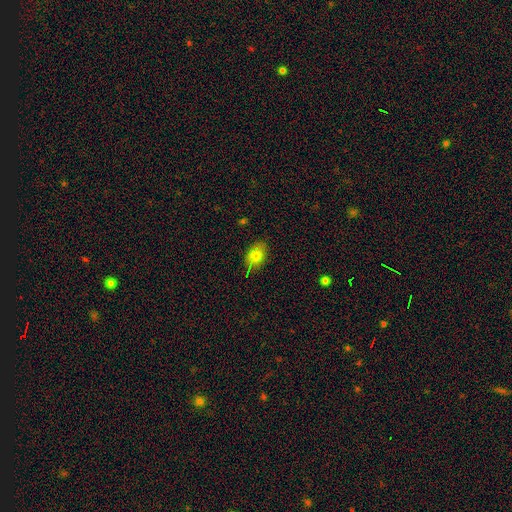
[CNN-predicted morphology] This is likely a smooth galaxy (73%). How rounded: likely in between (80%). Merging: likely none (75%).